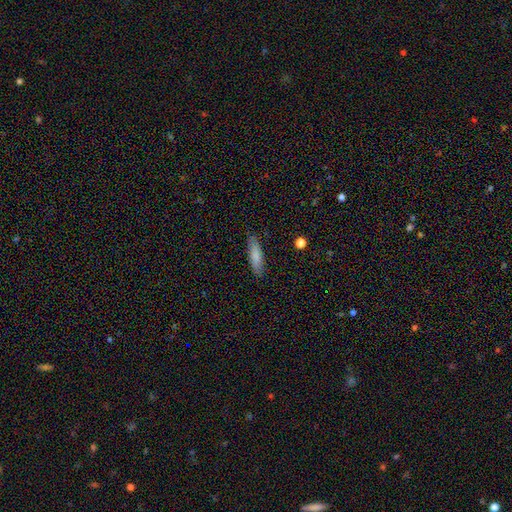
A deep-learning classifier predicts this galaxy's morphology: This appears to be a smooth galaxy with no disk features (79%) that is cigar-shaped (65%). Merging: none (86%).